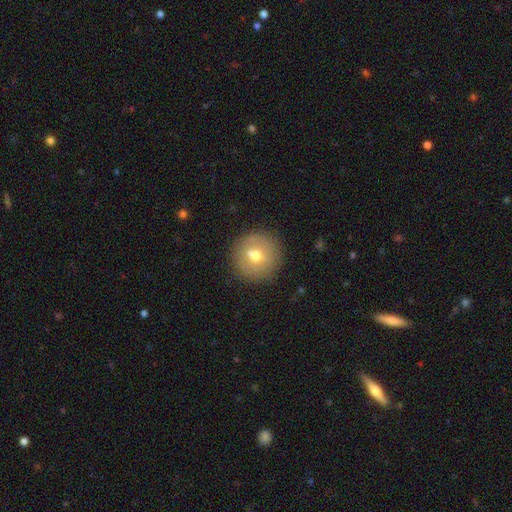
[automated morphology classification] Overall: smooth (65%). How rounded: round (95%). Merging: none (79%).